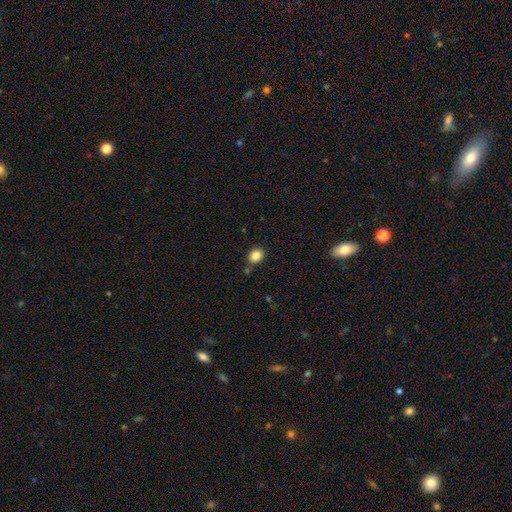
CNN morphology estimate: Smooth or featured? Predicted: smooth (p=0.86). How rounded? Predicted: round (p=0.54). Merging? Predicted: none (p=0.78).